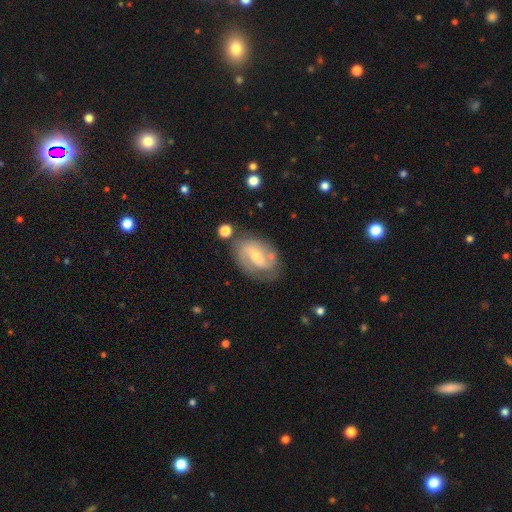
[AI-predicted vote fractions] A featured or disk galaxy (70%) with a weak bar (42%), 2 (73%) medium (44%) spiral arms (84%) and a small central bulge (60%).

Vote fractions:
- Smooth or featured? featured or disk: 70% / smooth: 24% / star or artifact: 7%
- Edge-on disk? no: 95% / yes: 5%
- Bar? weak: 42% / no: 36% / strong: 23%
- Spiral arms? yes: 84% / no: 16%
- Spiral winding? medium: 44% / tight: 33% / loose: 23%
- Spiral arm count? 2: 73% / can't tell: 15% / 1: 6% / 3: 4% / 4: 1% / more than 4: 1%
- Bulge size? small: 60% / moderate: 36% / large: 2% / none: 2% / dominant: 1%
- Merging? none: 68% / minor disturbance: 19% / major disturbance: 8% / merger: 6%